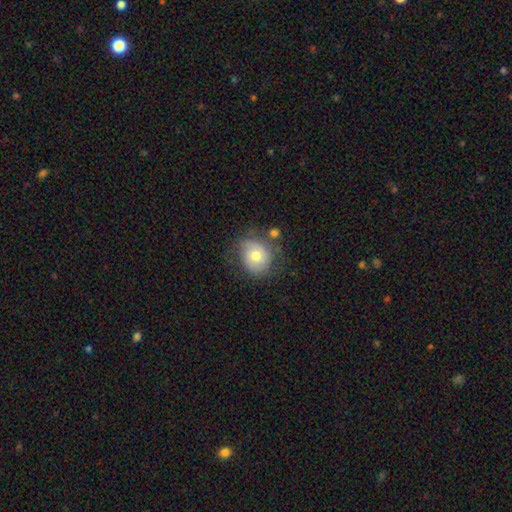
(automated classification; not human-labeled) Q: Smooth or featured?
A: smooth (63%); runner-up: featured or disk (29%)
Q: How rounded?
A: round (72%); runner-up: in between (27%)
Q: Merging?
A: none (60%); runner-up: minor disturbance (24%)